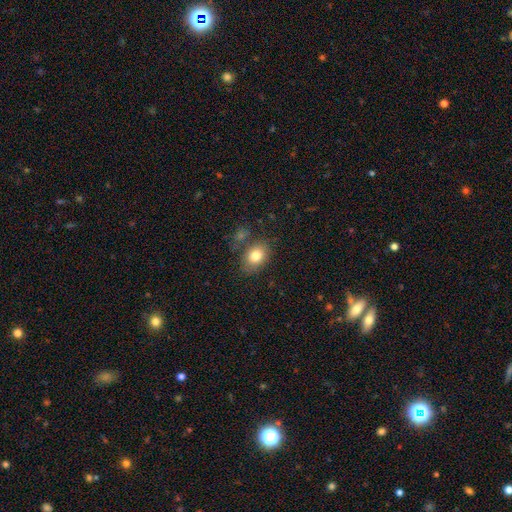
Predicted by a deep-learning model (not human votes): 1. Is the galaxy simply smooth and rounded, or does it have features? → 80% smooth, 11% featured or disk, 9% star or artifact.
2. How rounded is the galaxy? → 74% in between, 25% round, 1% cigar-shaped.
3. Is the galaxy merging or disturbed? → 69% none, 17% minor disturbance, 9% merger, 5% major disturbance.